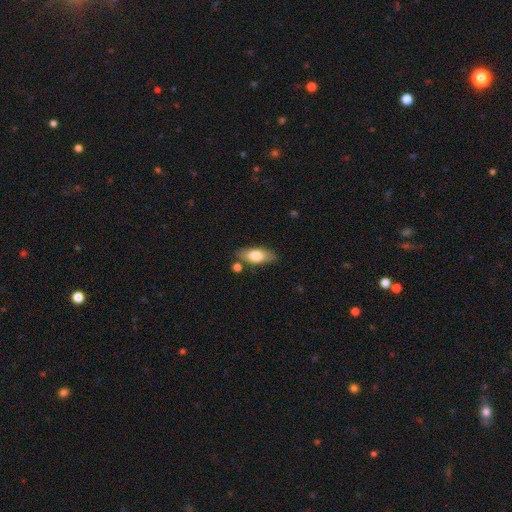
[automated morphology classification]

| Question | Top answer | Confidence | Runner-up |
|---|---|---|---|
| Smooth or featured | smooth | 74% | featured or disk (19%) |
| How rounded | in between | 79% | cigar-shaped (18%) |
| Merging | none | 78% | minor disturbance (13%) |